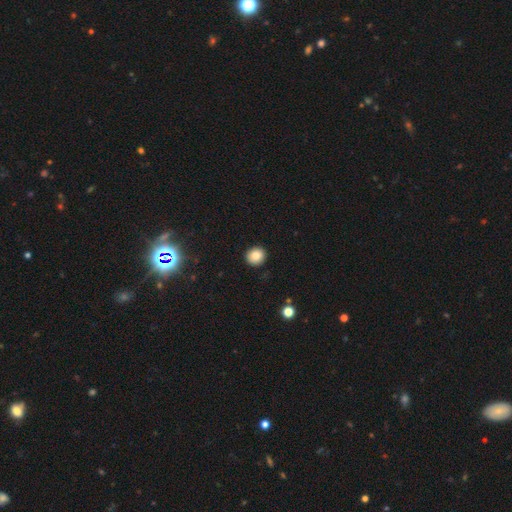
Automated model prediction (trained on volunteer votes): The model was most divided on "smooth or featured": smooth: 83%, star or artifact: 10%, featured or disk: 7%. More confident: merging — none (92%); how rounded — round (90%).